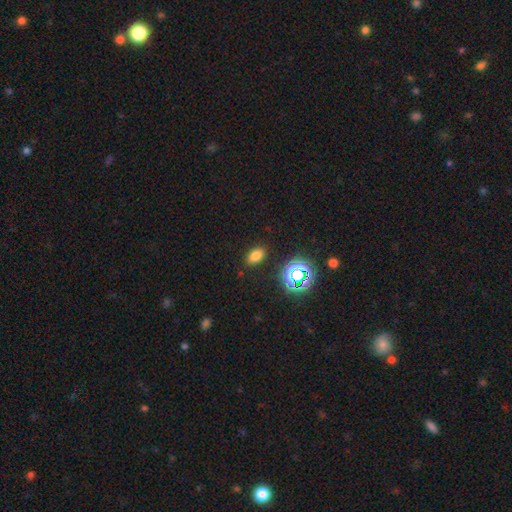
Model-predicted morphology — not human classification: Smooth or featured? smooth (73%)
How rounded? in between (87%)
Merging? none (87%)